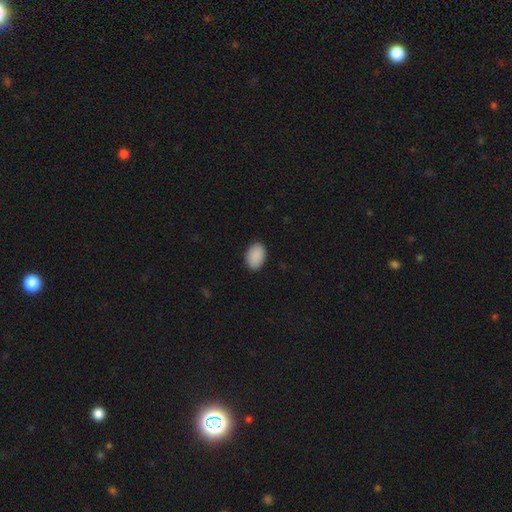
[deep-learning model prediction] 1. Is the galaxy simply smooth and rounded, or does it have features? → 91% smooth, 7% star or artifact, 2% featured or disk.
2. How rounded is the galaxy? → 87% in between, 12% round, 1% cigar-shaped.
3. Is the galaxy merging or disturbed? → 88% none, 9% minor disturbance, 2% major disturbance, 1% merger.